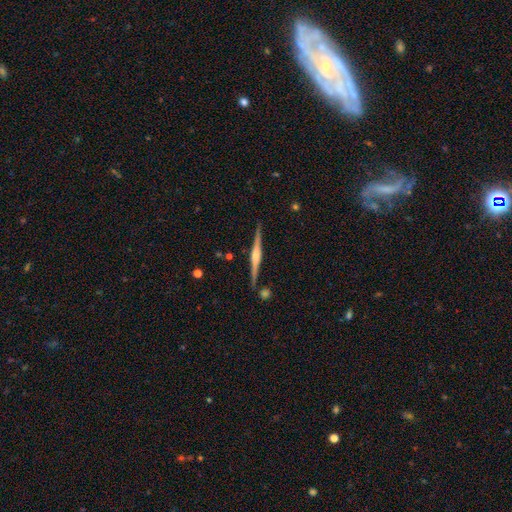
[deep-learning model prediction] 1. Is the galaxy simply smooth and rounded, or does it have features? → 80% featured or disk, 14% smooth, 6% star or artifact.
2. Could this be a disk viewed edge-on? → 98% yes, 2% no.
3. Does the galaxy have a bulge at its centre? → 73% rounded, 20% boxy, 7% none.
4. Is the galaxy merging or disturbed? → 88% none, 8% minor disturbance, 3% merger, 2% major disturbance.